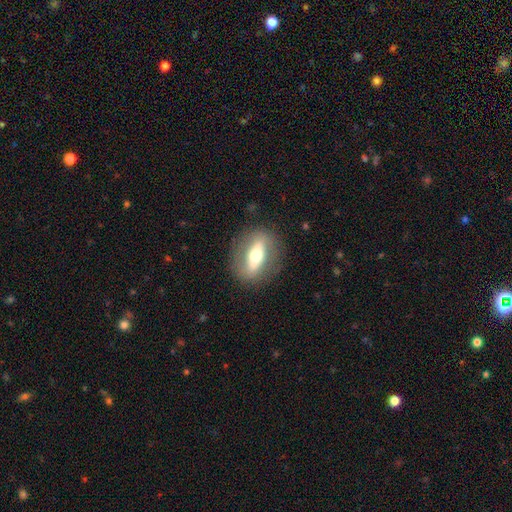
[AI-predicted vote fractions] smooth_or_featured: featured or disk (p=0.57) [alt: smooth p=0.36]
disk_edge_on: no (p=0.58) [alt: yes p=0.42]
merging: none (p=0.84) [alt: minor disturbance p=0.10]